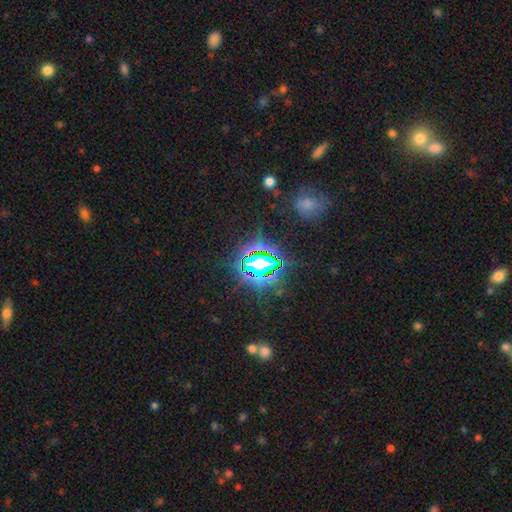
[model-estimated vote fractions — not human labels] Smooth or featured? Predicted: star or artifact (p=0.78).